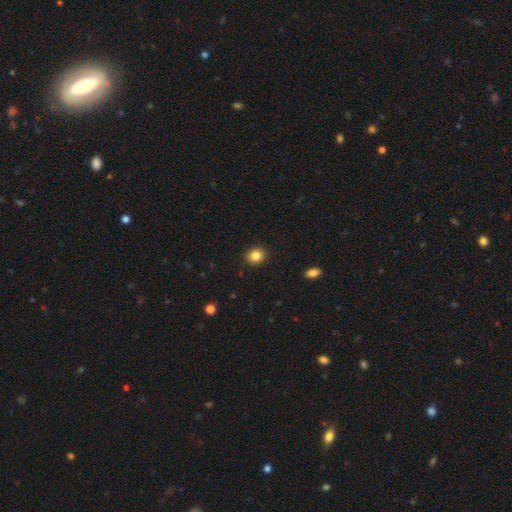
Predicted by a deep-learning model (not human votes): smooth_or_featured: smooth (p=0.85) [alt: star or artifact p=0.11]
how_rounded: round (p=0.78) [alt: in between p=0.21]
merging: none (p=0.91) [alt: minor disturbance p=0.06]